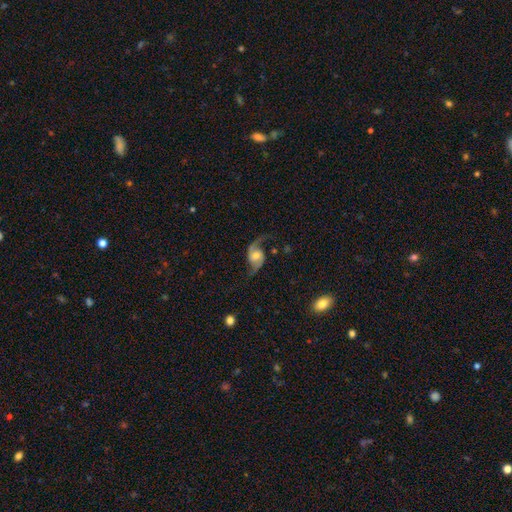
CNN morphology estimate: Overall: featured or disk (87%). Edge-on disk: no (97%). Bar: no (63%; weak 29%). Spiral arms: yes (96%). Spiral arm count: 2 (93%). Spiral winding: loose (71%). Bulge size: moderate (60%; small 28%). Merging: none (73%).